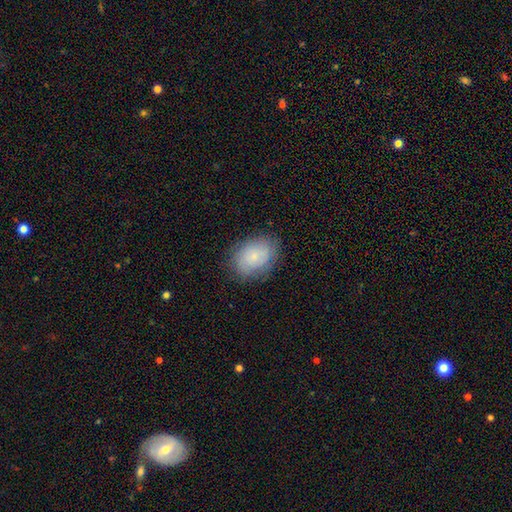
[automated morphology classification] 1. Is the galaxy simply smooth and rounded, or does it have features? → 73% smooth, 19% featured or disk, 8% star or artifact.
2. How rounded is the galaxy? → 74% in between, 25% round, 1% cigar-shaped.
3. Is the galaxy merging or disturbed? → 79% none, 16% minor disturbance, 5% major disturbance, 1% merger.